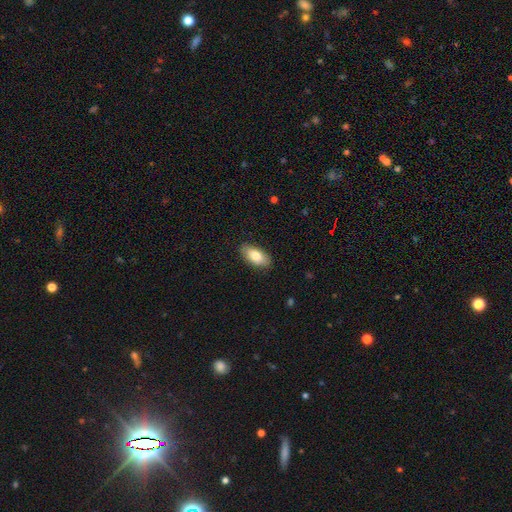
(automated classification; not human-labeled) Overall: smooth (79%). How rounded: in between (91%). Merging: none (87%).